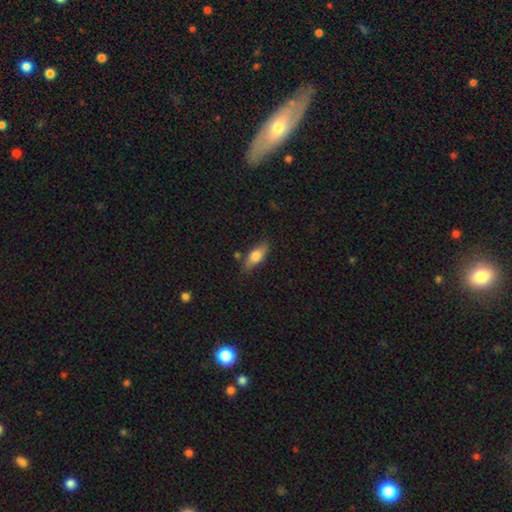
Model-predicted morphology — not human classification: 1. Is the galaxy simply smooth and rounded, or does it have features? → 72% smooth, 21% featured or disk, 7% star or artifact.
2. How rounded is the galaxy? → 73% in between, 24% cigar-shaped, 4% round.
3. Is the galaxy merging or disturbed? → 75% none, 18% minor disturbance, 4% merger, 4% major disturbance.